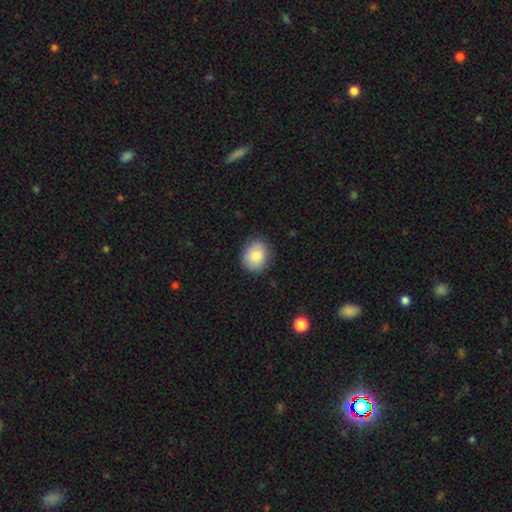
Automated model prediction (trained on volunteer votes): A smooth galaxy with no disk features (84%) that is round (62%).

Vote fractions:
- Smooth or featured? smooth: 84% / featured or disk: 9% / star or artifact: 7%
- How rounded? round: 62% / in between: 37% / cigar-shaped: 1%
- Merging? none: 82% / minor disturbance: 14% / major disturbance: 3% / merger: 1%